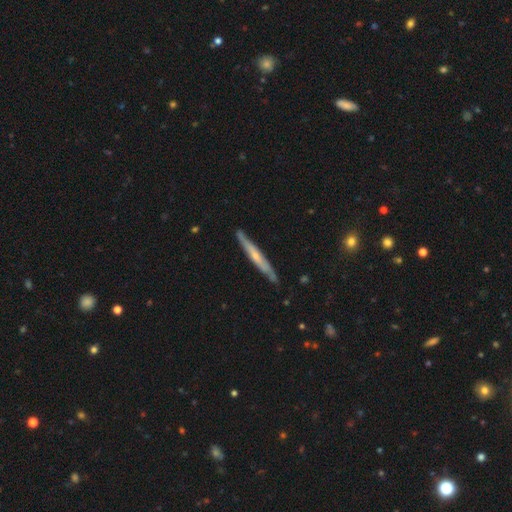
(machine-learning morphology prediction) The model was most divided on "edge-on bulge": rounded: 48%, none: 47%, boxy: 5%. More confident: edge-on disk — yes (92%); merging — none (84%); smooth or featured — featured or disk (60%).